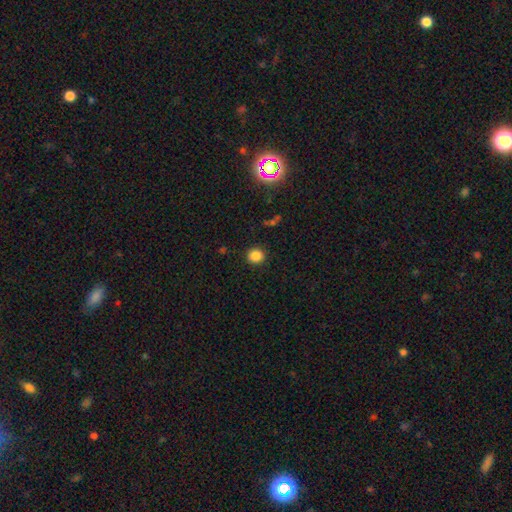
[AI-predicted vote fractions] Overall: smooth (85%). How rounded: round (87%). Merging: none (90%).